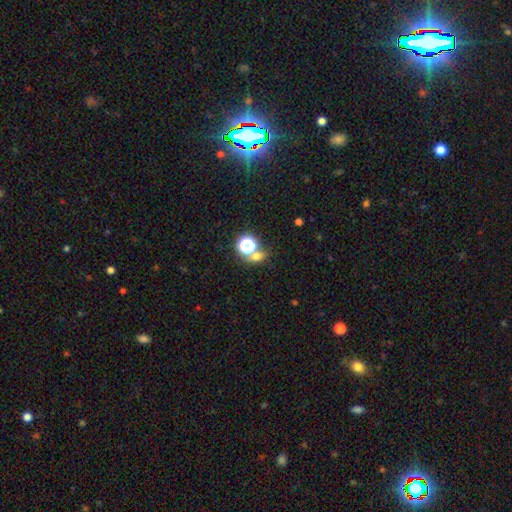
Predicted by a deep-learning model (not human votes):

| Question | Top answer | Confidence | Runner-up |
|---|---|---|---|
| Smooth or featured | smooth | 55% | star or artifact (35%) |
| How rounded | round | 66% | in between (31%) |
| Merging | none | 61% | merger (25%) |